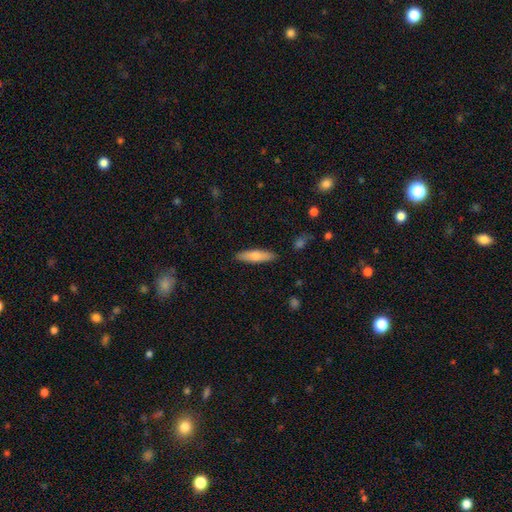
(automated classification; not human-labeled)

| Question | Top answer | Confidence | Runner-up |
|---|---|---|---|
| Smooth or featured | smooth | 75% | featured or disk (20%) |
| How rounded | cigar-shaped | 68% | in between (31%) |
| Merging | none | 88% | minor disturbance (9%) |